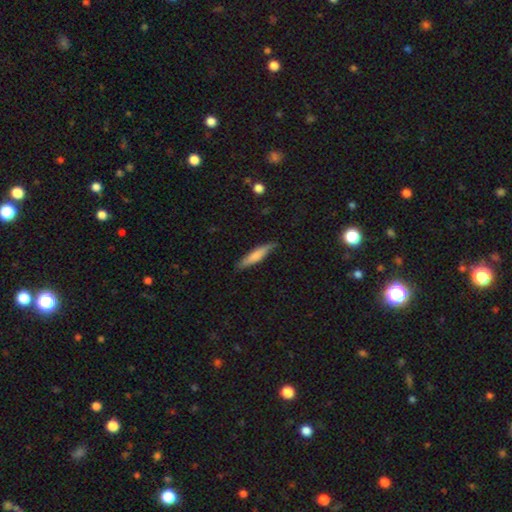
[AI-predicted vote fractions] This is likely a smooth galaxy (71%). How rounded: clearly cigar-shaped (83%). Merging: likely none (79%).